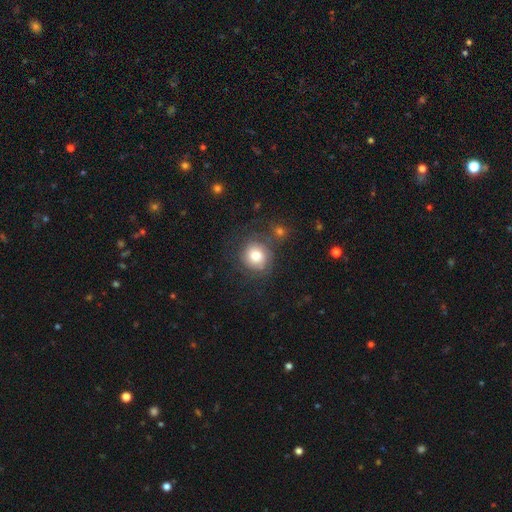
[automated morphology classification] Smooth or featured? smooth (67%)
How rounded? round (85%)
Merging? none (67%)